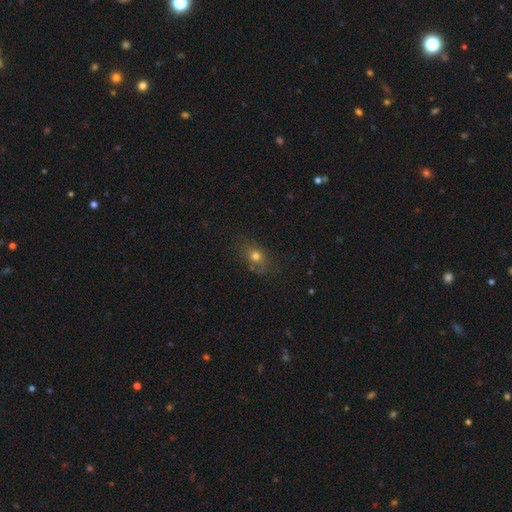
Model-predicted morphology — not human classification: smooth_or_featured: smooth (p=0.69) [alt: star or artifact p=0.16]
how_rounded: in between (p=0.56) [alt: round p=0.40]
merging: none (p=0.71) [alt: minor disturbance p=0.19]